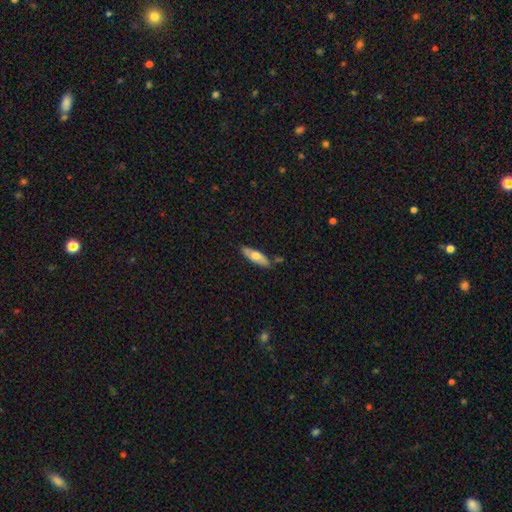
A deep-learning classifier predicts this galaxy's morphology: Smooth or featured? Predicted: smooth (p=0.60). How rounded? Predicted: in between (p=0.55). Merging? Predicted: none (p=0.81).